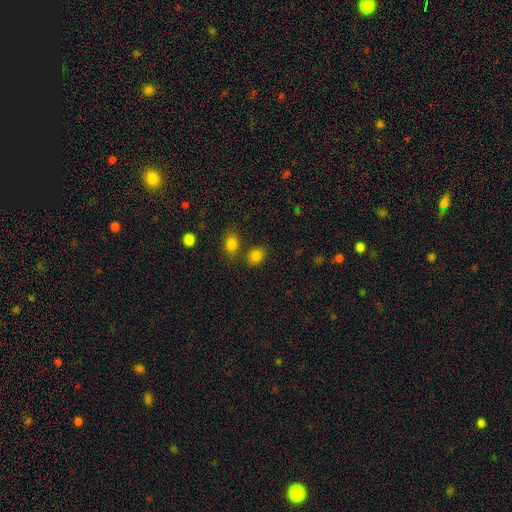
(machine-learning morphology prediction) Smooth or featured?
  - smooth: 82% *
  - star or artifact: 12%
  - featured or disk: 5%
How rounded?
  - in between: 55% *
  - round: 43%
  - cigar-shaped: 1%
Merging?
  - none: 67% *
  - merger: 19%
  - minor disturbance: 11%
  - major disturbance: 4%